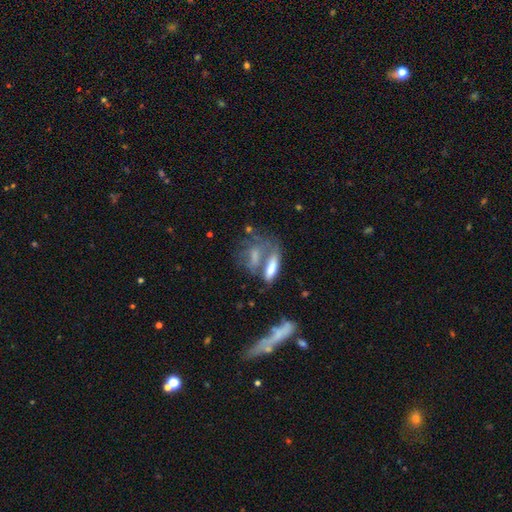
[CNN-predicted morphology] Overall: smooth (53%; featured or disk 35%). How rounded: cigar-shaped (46%, tied with in between). Merging: merger (43%; none 31%).